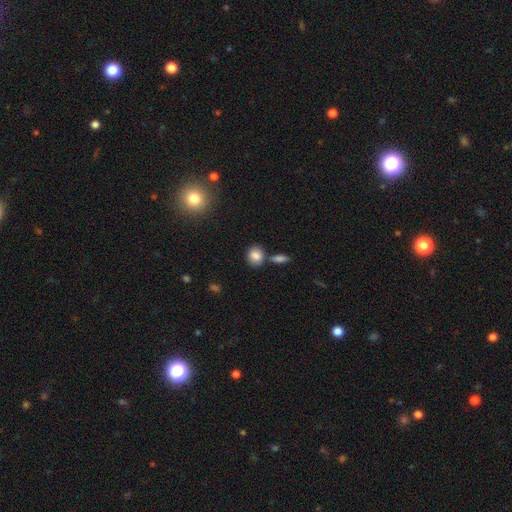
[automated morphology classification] This is clearly a smooth galaxy (83%). How rounded: possibly round (60%). Merging: likely none (69%).